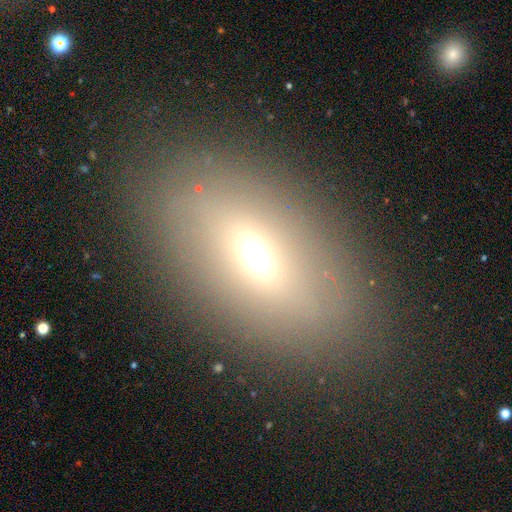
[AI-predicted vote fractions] A smooth galaxy with no disk features (55%) that is in between round and cigar-shaped (78%). Merging: none (74%).